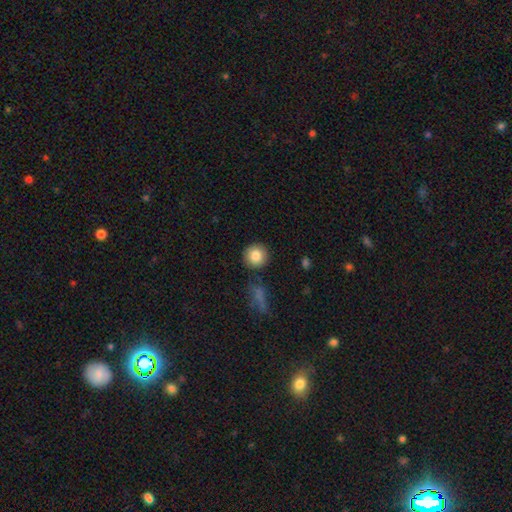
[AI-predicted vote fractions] Smooth or featured? smooth (85%)
How rounded? round (93%)
Merging? none (86%)